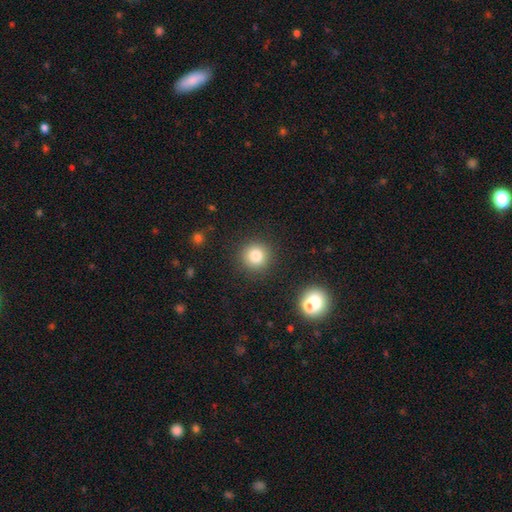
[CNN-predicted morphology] smooth-or-featured: smooth: 80% | star or artifact: 12% | featured or disk: 7%
  how-rounded: round: 93% | in between: 6% | cigar-shaped: 1%
  merging: none: 89% | minor disturbance: 6% | major disturbance: 3% | merger: 2%